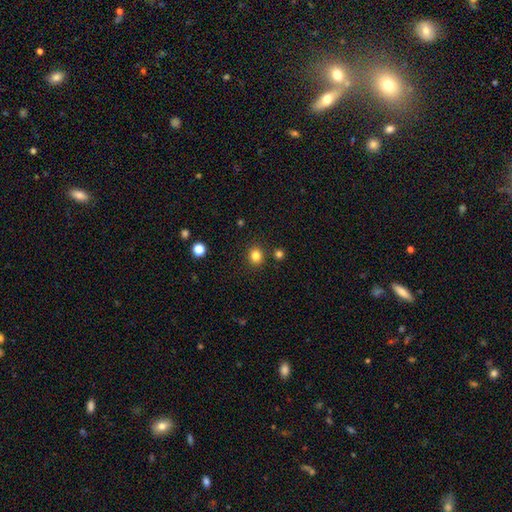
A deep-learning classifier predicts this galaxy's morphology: smooth-or-featured: smooth: 83% | star or artifact: 13% | featured or disk: 4%
  how-rounded: round: 76% | in between: 23% | cigar-shaped: 1%
  merging: none: 87% | minor disturbance: 7% | merger: 4% | major disturbance: 2%